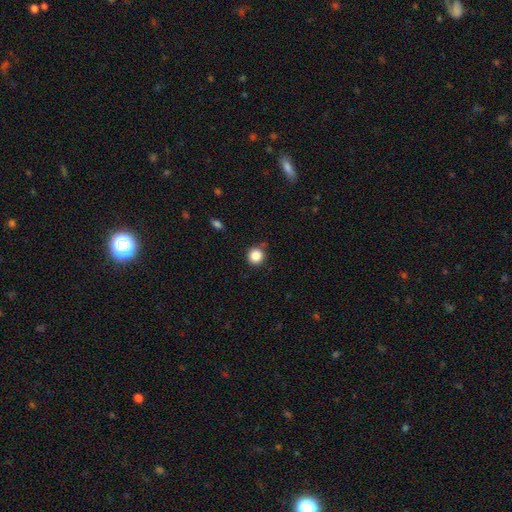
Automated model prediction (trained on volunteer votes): Smooth or featured?
  - smooth: 86% *
  - star or artifact: 11%
  - featured or disk: 4%
How rounded?
  - round: 93% *
  - in between: 6%
  - cigar-shaped: 1%
Merging?
  - none: 83% *
  - minor disturbance: 12%
  - major disturbance: 3%
  - merger: 3%